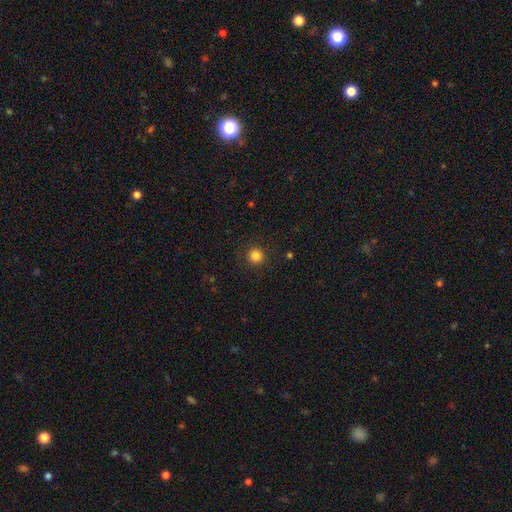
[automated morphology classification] smooth 84%, star or artifact 13%, featured or disk 3%. Down the decision tree: how rounded — round (96%); merging — none (92%).